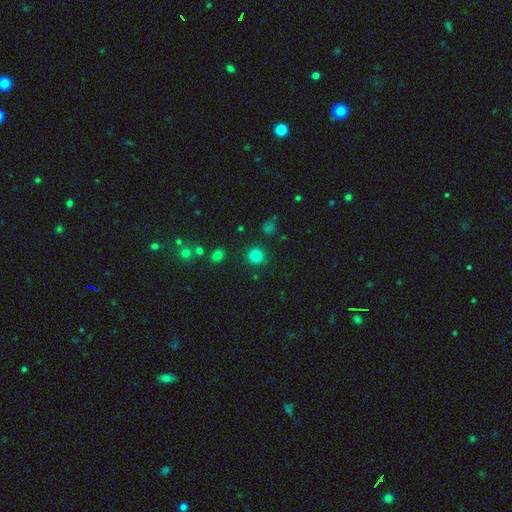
Smooth or featured?
  - smooth: 85% *
  - star or artifact: 10%
  - featured or disk: 5%
How rounded?
  - round: 94% *
  - in between: 6%
  - cigar-shaped: 0%
Merging?
  - none: 83% *
  - minor disturbance: 14%
  - major disturbance: 3%
  - merger: 0%